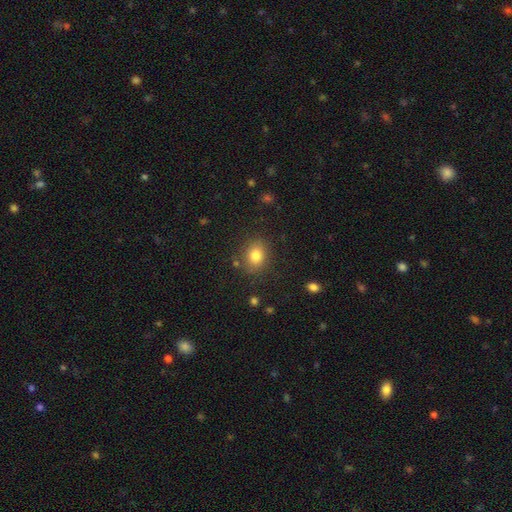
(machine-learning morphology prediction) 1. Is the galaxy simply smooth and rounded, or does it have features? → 80% smooth, 11% star or artifact, 9% featured or disk.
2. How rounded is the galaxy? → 55% round, 44% in between, 1% cigar-shaped.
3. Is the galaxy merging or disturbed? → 84% none, 10% minor disturbance, 3% major disturbance, 3% merger.